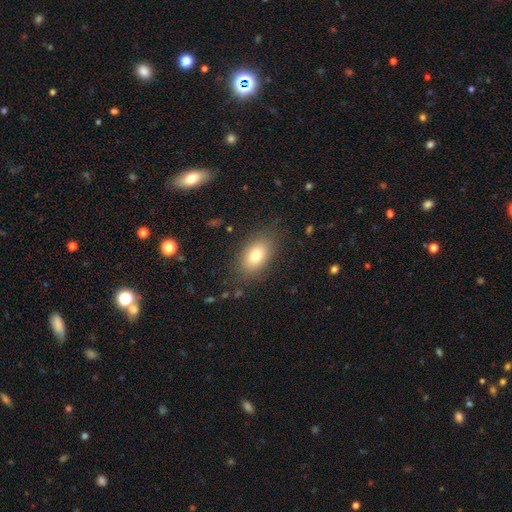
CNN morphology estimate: This appears to be a smooth galaxy with no disk features (77%) that is in between round and cigar-shaped (87%). Merging: none (81%).